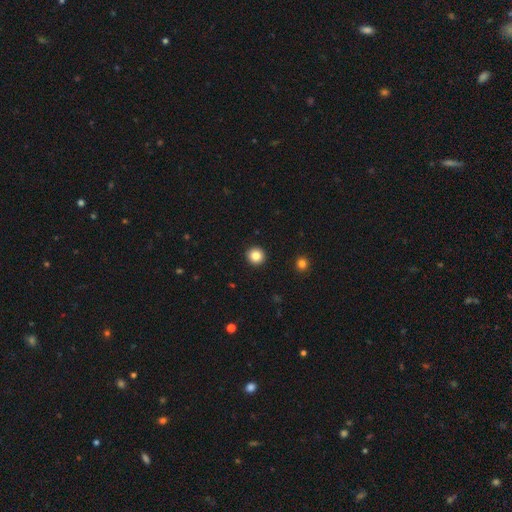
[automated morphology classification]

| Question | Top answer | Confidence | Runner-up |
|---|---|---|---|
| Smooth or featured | smooth | 84% | star or artifact (11%) |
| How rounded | round | 95% | in between (4%) |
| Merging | none | 94% | minor disturbance (4%) |